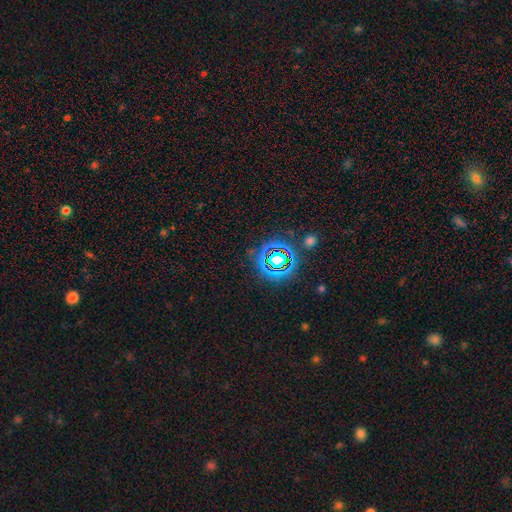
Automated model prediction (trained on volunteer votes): Smooth or featured? star or artifact (67%)